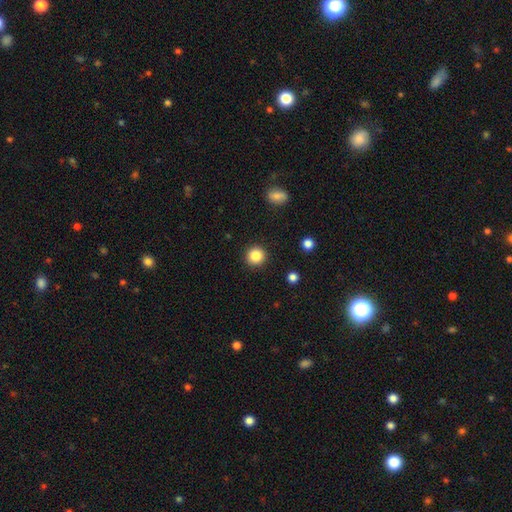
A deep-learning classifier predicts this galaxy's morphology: Smooth or featured: smooth — 85% (star or artifact — 10%)
How rounded: round — 94% (in between — 5%)
Merging: none — 92% (minor disturbance — 5%)